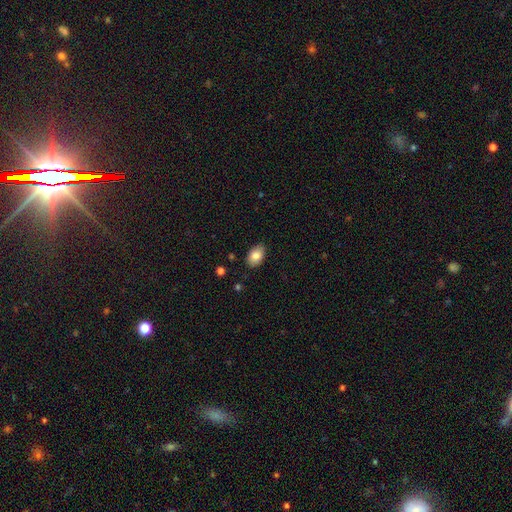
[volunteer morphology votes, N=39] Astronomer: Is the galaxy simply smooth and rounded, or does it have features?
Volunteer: smooth — 90%.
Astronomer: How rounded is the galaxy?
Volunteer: in between — 83%.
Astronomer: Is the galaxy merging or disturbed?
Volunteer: none — 78%.